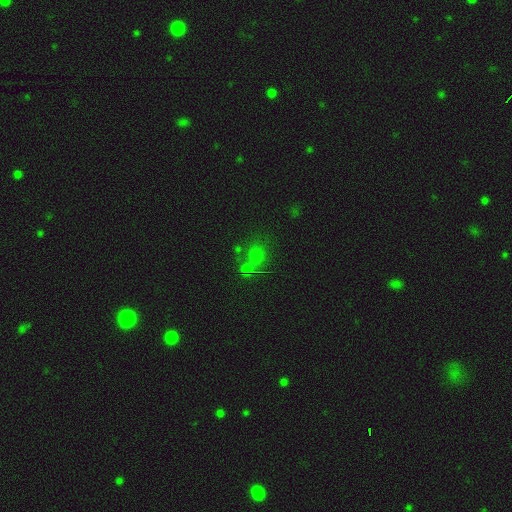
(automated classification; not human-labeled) smooth-or-featured: smooth: 62% | star or artifact: 29% | featured or disk: 10%
  how-rounded: round: 77% | in between: 22% | cigar-shaped: 1%
  merging: none: 56% | merger: 26% | minor disturbance: 12% | major disturbance: 6%